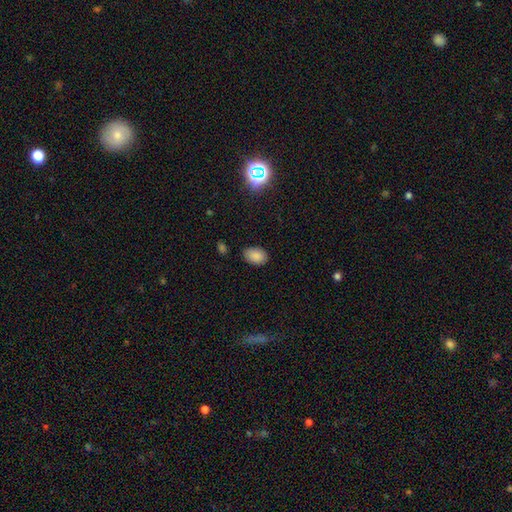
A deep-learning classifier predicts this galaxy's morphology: This is clearly a smooth galaxy (86%). How rounded: clearly in between (85%). Merging: likely none (79%).